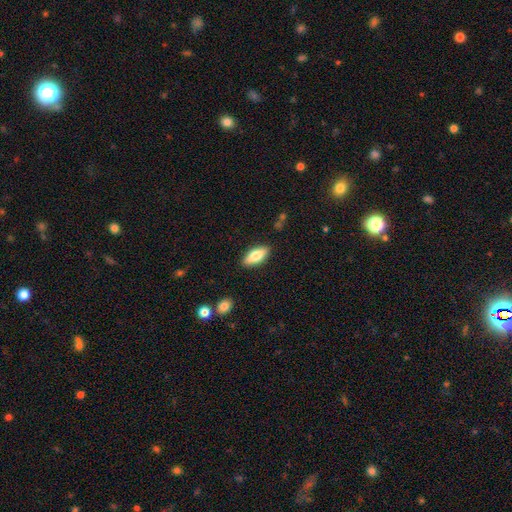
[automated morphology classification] Smooth or featured: smooth — 71% (featured or disk — 23%)
How rounded: in between — 78% (cigar-shaped — 20%)
Merging: none — 87% (minor disturbance — 10%)